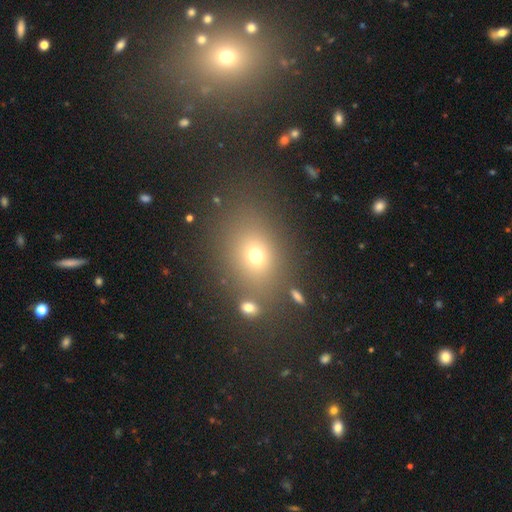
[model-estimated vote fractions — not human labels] Morphology: type=smooth (67%); roundness=in between (50%); merging=none (77%).